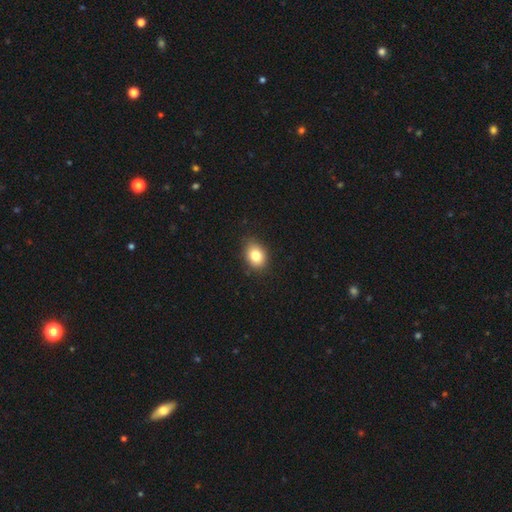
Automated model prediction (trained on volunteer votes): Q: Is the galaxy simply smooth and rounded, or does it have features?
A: smooth — 81%.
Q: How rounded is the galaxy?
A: in between — 61%.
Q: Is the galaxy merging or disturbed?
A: none — 85%.